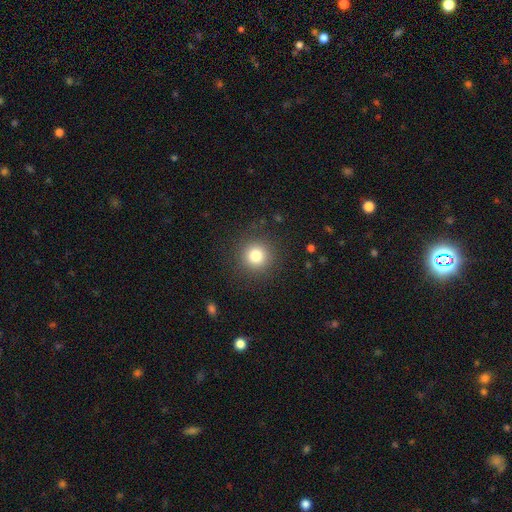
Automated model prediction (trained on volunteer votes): smooth_or_featured: smooth (p=0.81) [alt: star or artifact p=0.12]
how_rounded: round (p=0.94) [alt: in between p=0.05]
merging: none (p=0.89) [alt: minor disturbance p=0.07]